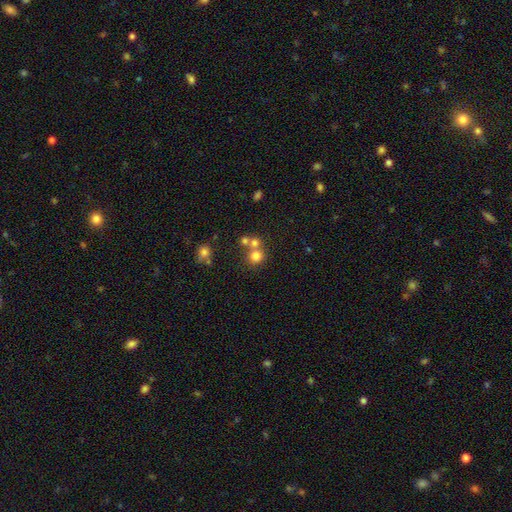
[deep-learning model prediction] Smooth or featured: smooth — 73% (star or artifact — 15%)
How rounded: round — 87% (in between — 12%)
Merging: none — 51% (merger — 38%)